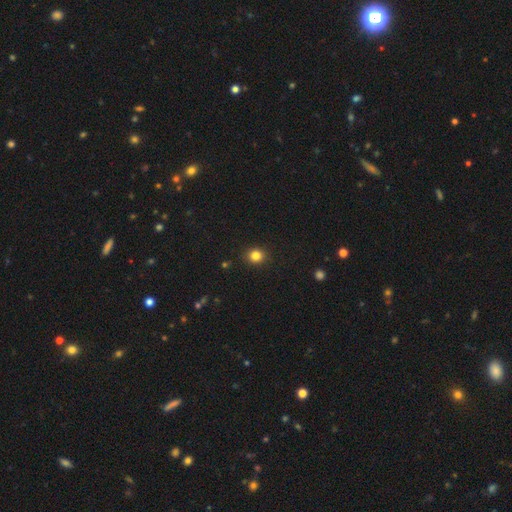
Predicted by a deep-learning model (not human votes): The model was most divided on "how rounded": round: 82%, in between: 17%, cigar-shaped: 1%. More confident: merging — none (90%); smooth or featured — smooth (83%).